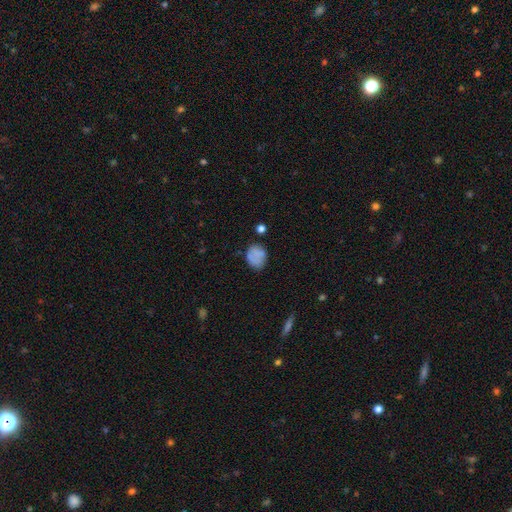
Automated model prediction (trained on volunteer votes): smooth-or-featured: smooth: 75% | featured or disk: 15% | star or artifact: 10%
  how-rounded: round: 58% | in between: 41% | cigar-shaped: 1%
  merging: none: 64% | minor disturbance: 22% | major disturbance: 8% | merger: 5%